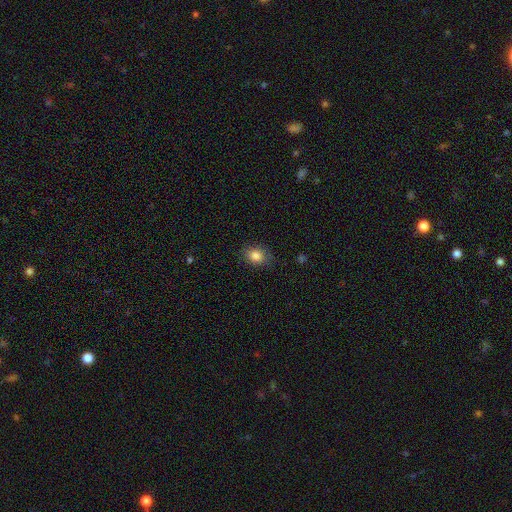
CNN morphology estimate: Smooth or featured? smooth (84%)
How rounded? in between (58%)
Merging? none (84%)